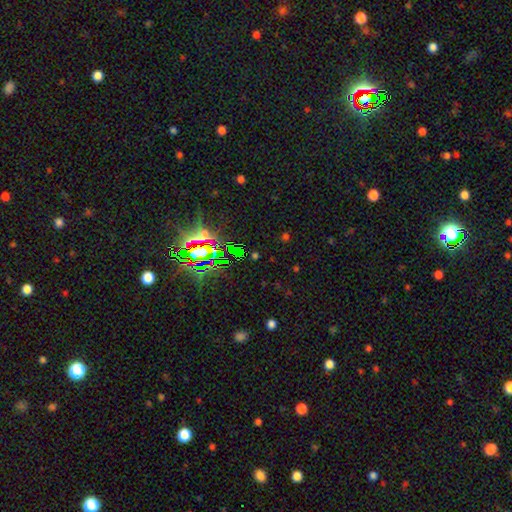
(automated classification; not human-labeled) Overall: star or artifact (73%).